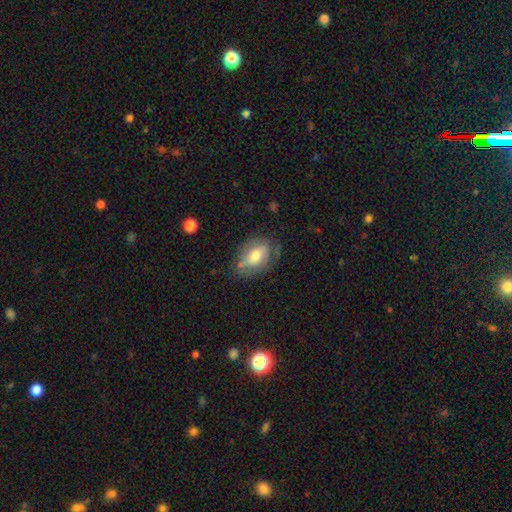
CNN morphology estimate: Q: Smooth or featured?
A: smooth (62%); runner-up: featured or disk (30%)
Q: How rounded?
A: in between (84%); runner-up: round (13%)
Q: Merging?
A: none (63%); runner-up: minor disturbance (26%)